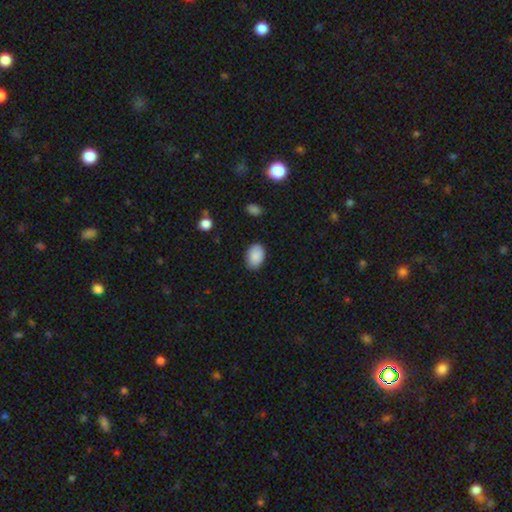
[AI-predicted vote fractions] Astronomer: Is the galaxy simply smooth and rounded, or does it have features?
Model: smooth — 89%.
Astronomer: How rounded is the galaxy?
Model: in between — 87%.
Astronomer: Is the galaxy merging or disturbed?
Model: none — 83%.